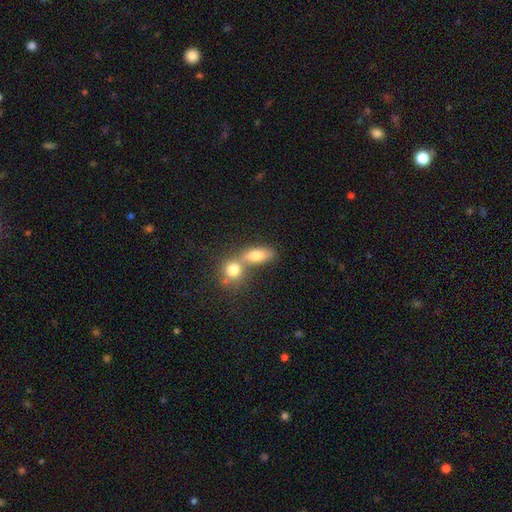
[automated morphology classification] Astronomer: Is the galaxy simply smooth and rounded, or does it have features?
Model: smooth — 76%.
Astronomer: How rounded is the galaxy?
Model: in between — 71%.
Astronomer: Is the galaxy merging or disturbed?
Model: merger — 56% (runner-up: none, 32%).